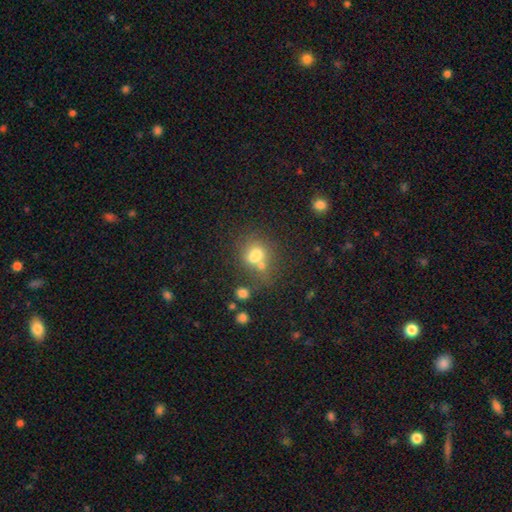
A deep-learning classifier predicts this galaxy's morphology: smooth 70%, featured or disk 16%, star or artifact 14%. Down the decision tree: how rounded — round (52%); merging — merger (42%).